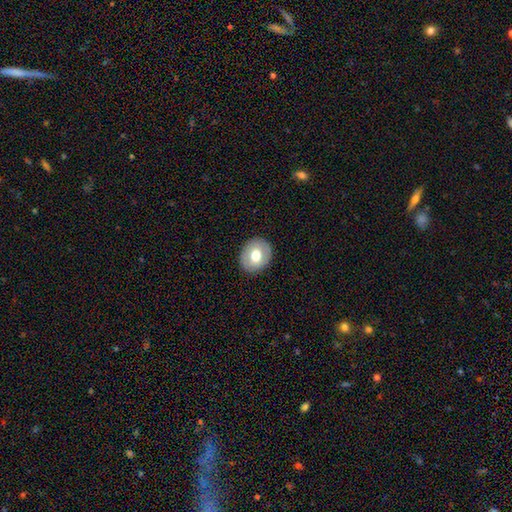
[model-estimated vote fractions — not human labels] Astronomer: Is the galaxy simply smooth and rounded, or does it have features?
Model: smooth — 66%.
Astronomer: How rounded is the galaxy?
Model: round — 66%.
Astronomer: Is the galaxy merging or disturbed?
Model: none — 89%.